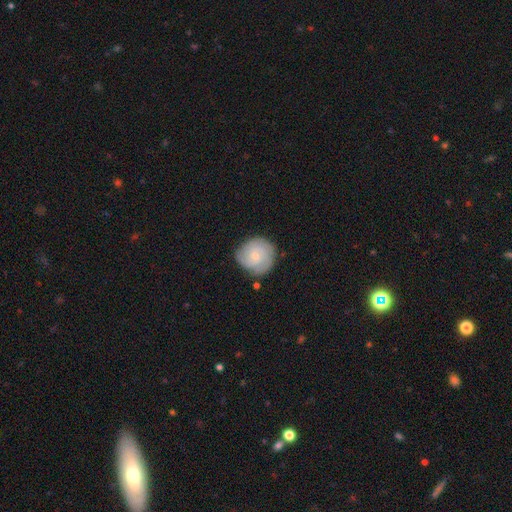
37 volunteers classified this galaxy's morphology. Overall: featured or disk (65%; smooth 30%). Edge-on disk: no (100%). Bar: no (75%). Spiral arms: yes (96%). Spiral arm count: 3 (57%; can't tell 22%). Spiral winding: tight (65%; medium 35%). Bulge size: moderate (50%, tied with small). Merging: none (66%; minor disturbance 31%).